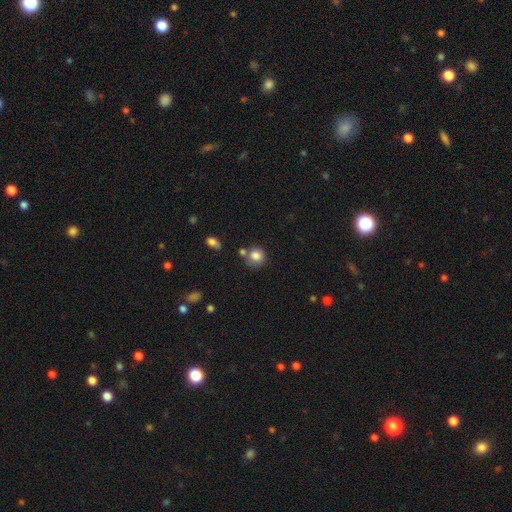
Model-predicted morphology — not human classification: A smooth galaxy with no disk features (82%) that is round (82%).

Vote fractions:
- Smooth or featured? smooth: 82% / star or artifact: 10% / featured or disk: 9%
- How rounded? round: 82% / in between: 17% / cigar-shaped: 1%
- Merging? none: 60% / minor disturbance: 17% / merger: 17% / major disturbance: 6%